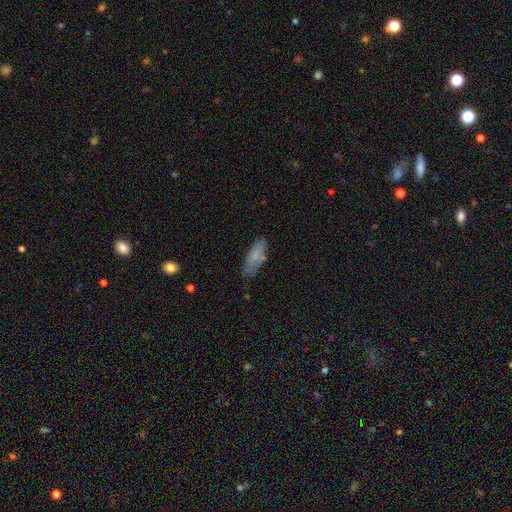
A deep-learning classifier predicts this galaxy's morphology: This is likely a smooth galaxy (78%). How rounded: likely in between (65%). Merging: likely none (69%).